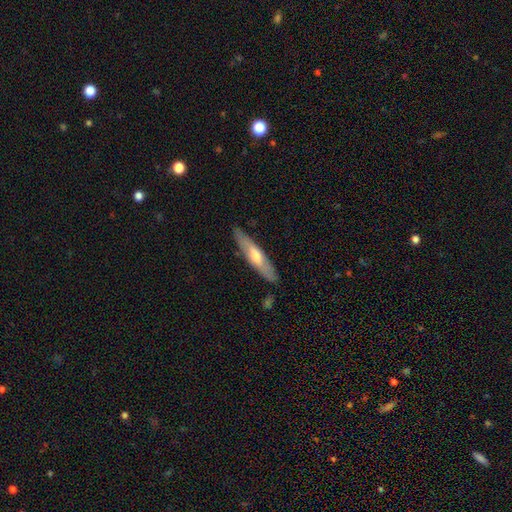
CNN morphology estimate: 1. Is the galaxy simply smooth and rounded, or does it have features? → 49% featured or disk, 45% smooth, 6% star or artifact.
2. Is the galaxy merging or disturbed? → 85% none, 11% minor disturbance, 2% major disturbance, 2% merger.